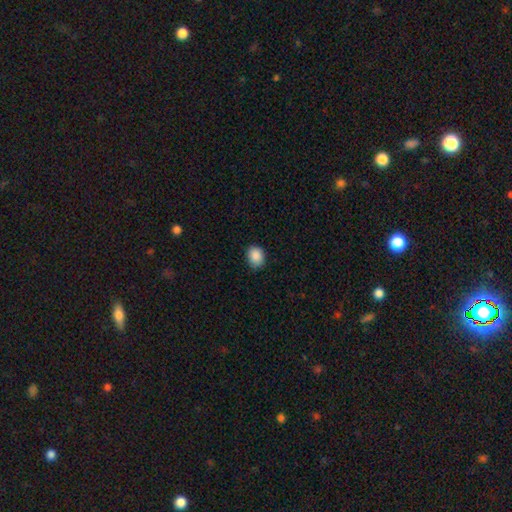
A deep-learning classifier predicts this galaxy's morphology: Smooth or featured? smooth (89%)
How rounded? round (54%)
Merging? none (85%)